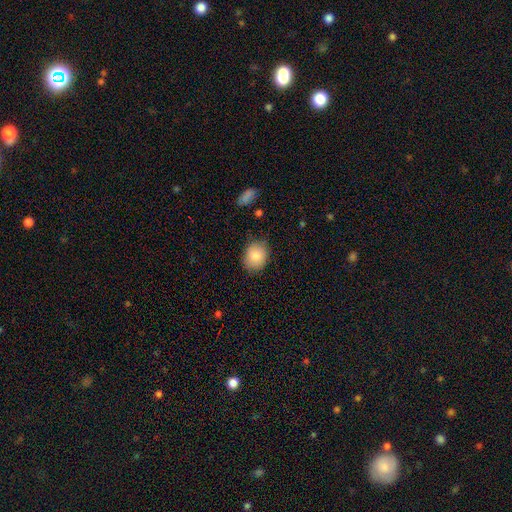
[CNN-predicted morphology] Q: Smooth or featured?
A: smooth (84%); runner-up: featured or disk (9%)
Q: How rounded?
A: round (54%); runner-up: in between (45%)
Q: Merging?
A: none (81%); runner-up: minor disturbance (15%)